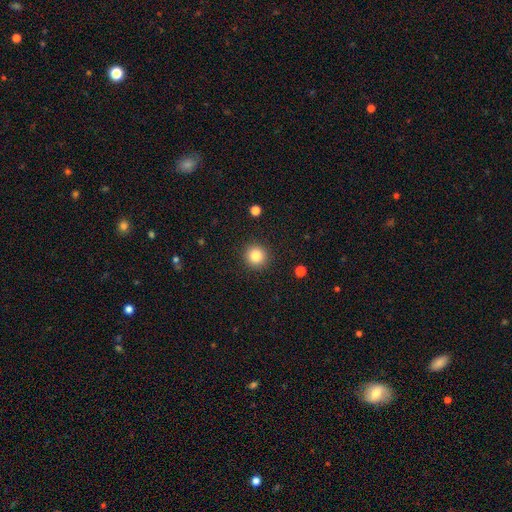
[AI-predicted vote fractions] smooth_or_featured: smooth (p=0.84) [alt: star or artifact p=0.11]
how_rounded: round (p=0.95) [alt: in between p=0.05]
merging: none (p=0.91) [alt: minor disturbance p=0.05]